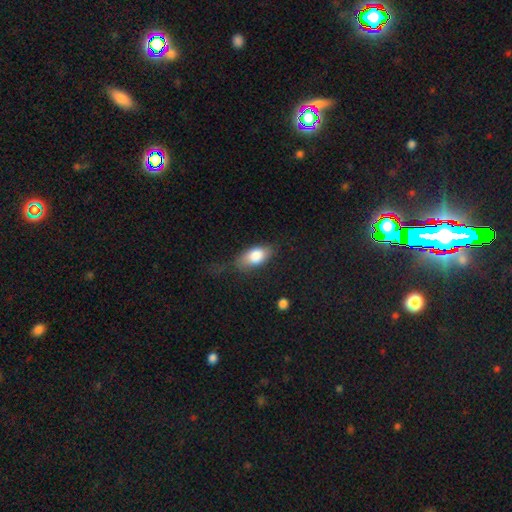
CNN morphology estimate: smooth-or-featured: smooth: 80% | featured or disk: 13% | star or artifact: 7%
  how-rounded: in between: 87% | round: 7% | cigar-shaped: 5%
  merging: none: 57% | minor disturbance: 27% | major disturbance: 14% | merger: 2%